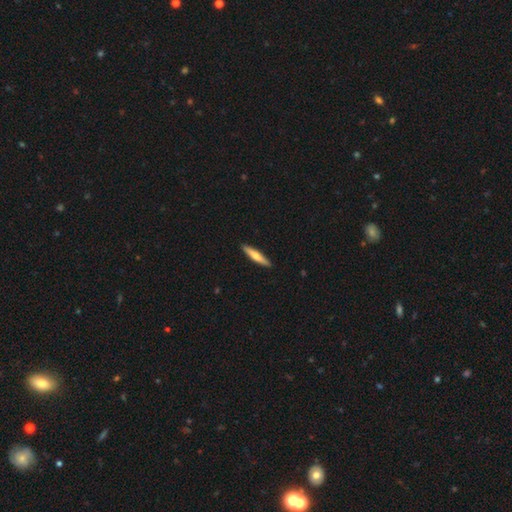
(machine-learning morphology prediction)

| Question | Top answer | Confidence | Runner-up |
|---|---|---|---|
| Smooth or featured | smooth | 56% | featured or disk (39%) |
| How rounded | cigar-shaped | 89% | in between (10%) |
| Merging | none | 92% | minor disturbance (6%) |